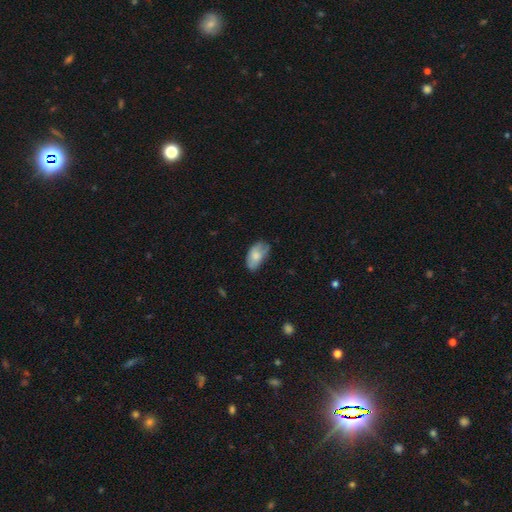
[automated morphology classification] Smooth or featured: smooth — 72% (featured or disk — 21%)
How rounded: in between — 93% (round — 5%)
Merging: none — 50% (minor disturbance — 37%)